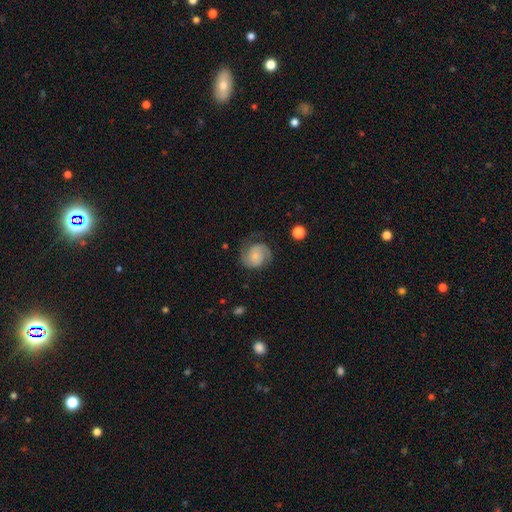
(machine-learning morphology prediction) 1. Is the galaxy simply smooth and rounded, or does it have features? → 73% featured or disk, 20% smooth, 7% star or artifact.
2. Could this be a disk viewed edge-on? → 98% no, 2% yes.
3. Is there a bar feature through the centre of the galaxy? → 71% no, 24% weak, 4% strong.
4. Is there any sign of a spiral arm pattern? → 95% yes, 5% no.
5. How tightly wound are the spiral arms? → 43% tight, 42% medium, 15% loose.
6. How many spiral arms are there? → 81% 2, 7% can't tell, 6% 1, 4% 3, 1% 4, 1% more than 4.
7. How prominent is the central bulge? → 60% small, 23% moderate, 12% none, 3% large, 2% dominant.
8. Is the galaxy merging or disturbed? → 69% none, 18% minor disturbance, 11% major disturbance, 1% merger.